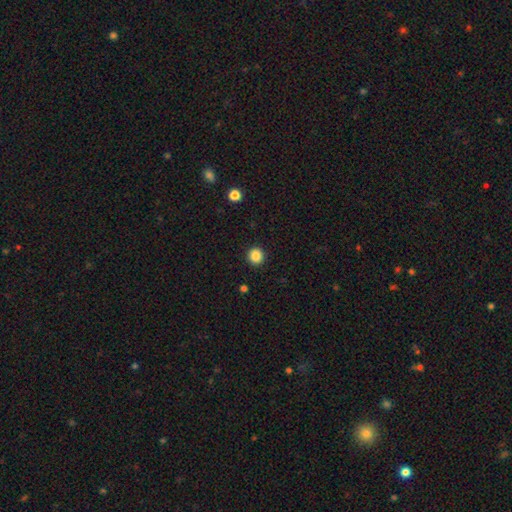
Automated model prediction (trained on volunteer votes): This appears to be a smooth galaxy with no disk features (87%) that is round (93%). Merging: none (93%).